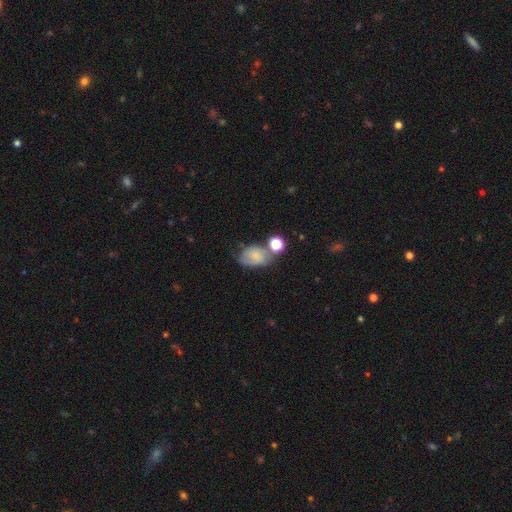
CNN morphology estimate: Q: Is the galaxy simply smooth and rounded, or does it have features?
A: smooth — 59%.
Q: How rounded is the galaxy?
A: in between — 74%.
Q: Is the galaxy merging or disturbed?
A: none — 39%.